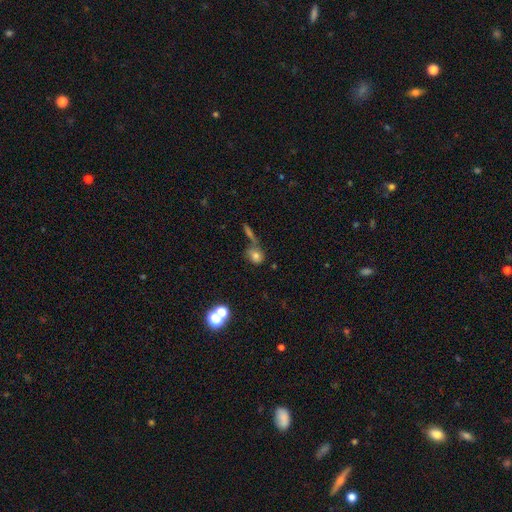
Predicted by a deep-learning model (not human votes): Smooth or featured? Predicted: smooth (p=0.72). How rounded? Predicted: round (p=0.67). Merging? Predicted: none (p=0.53).